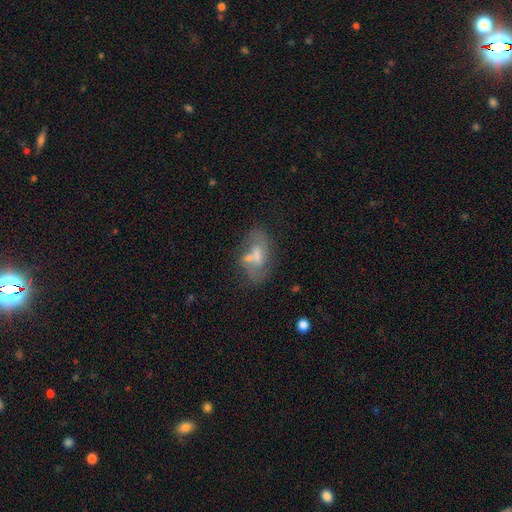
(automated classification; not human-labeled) Morphology: type=featured or disk (47%); merging=none (44%).